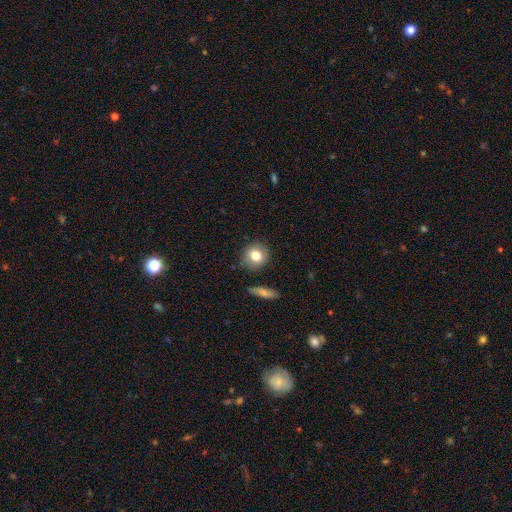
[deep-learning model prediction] The model was most divided on "smooth or featured": smooth: 78%, featured or disk: 13%, star or artifact: 9%. More confident: merging — none (84%); how rounded — round (83%).